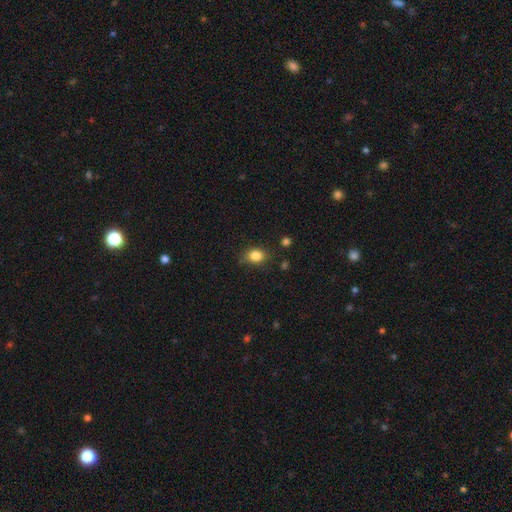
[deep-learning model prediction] Morphology: type=smooth (84%); roundness=in between (61%); merging=none (77%).